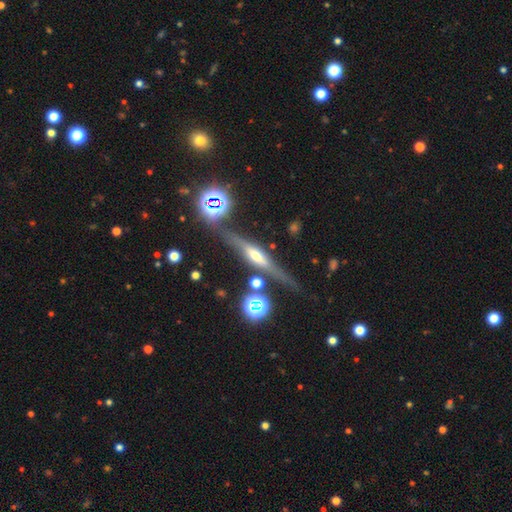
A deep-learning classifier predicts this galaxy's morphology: smooth_or_featured: featured or disk (p=0.72) [alt: smooth p=0.17]
disk_edge_on: yes (p=0.94) [alt: no p=0.06]
edge_on_bulge: rounded (p=0.74) [alt: boxy p=0.19]
merging: none (p=0.76) [alt: minor disturbance p=0.14]